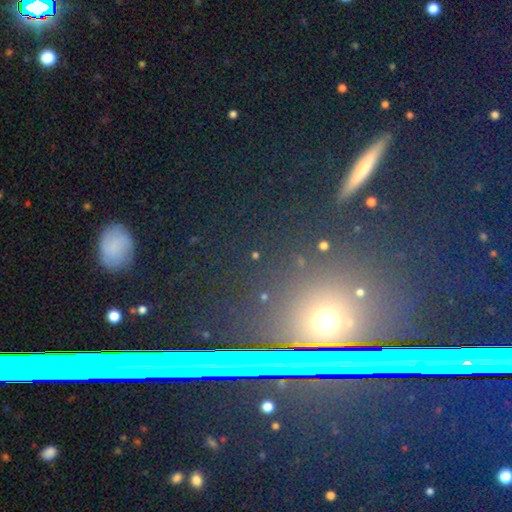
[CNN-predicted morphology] The model was most divided on "smooth or featured": star or artifact: 55%, smooth: 35%, featured or disk: 10%.